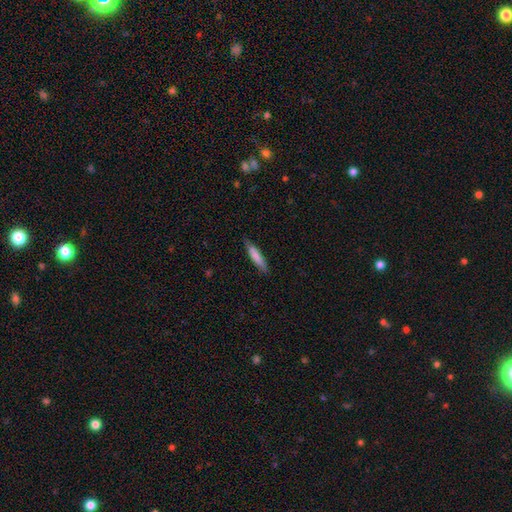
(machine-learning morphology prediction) Q: Smooth or featured?
A: smooth (77%); runner-up: featured or disk (17%)
Q: How rounded?
A: cigar-shaped (86%); runner-up: in between (13%)
Q: Merging?
A: none (82%); runner-up: minor disturbance (14%)